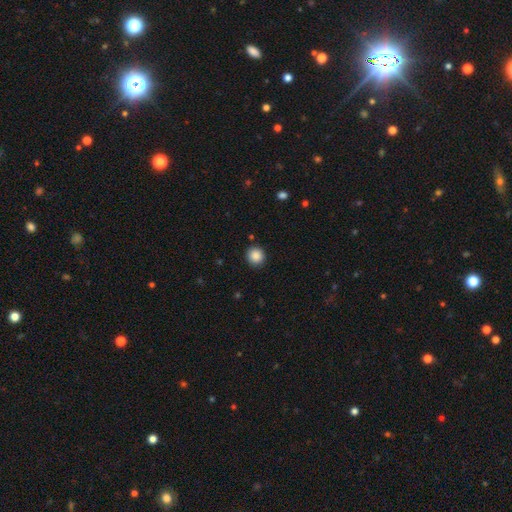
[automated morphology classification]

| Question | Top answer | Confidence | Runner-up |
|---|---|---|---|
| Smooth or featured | smooth | 87% | star or artifact (10%) |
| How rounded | round | 92% | in between (7%) |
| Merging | none | 90% | minor disturbance (7%) |